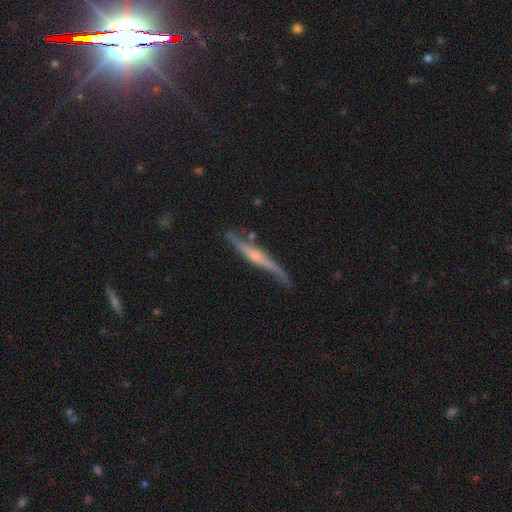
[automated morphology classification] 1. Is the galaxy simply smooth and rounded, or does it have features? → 77% featured or disk, 17% smooth, 6% star or artifact.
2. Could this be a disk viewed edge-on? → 85% yes, 15% no.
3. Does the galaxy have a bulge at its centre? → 62% rounded, 25% none, 13% boxy.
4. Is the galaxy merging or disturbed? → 65% none, 25% minor disturbance, 7% major disturbance, 4% merger.